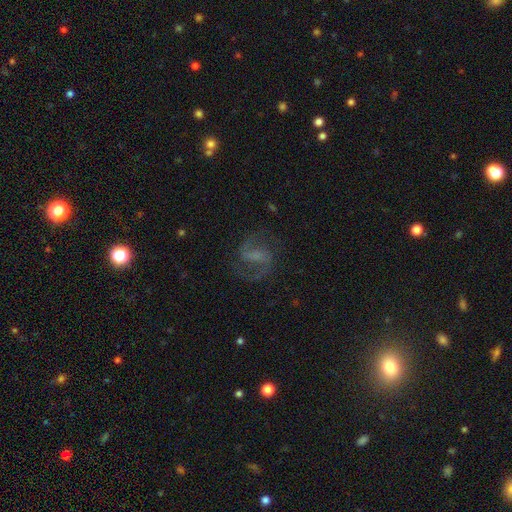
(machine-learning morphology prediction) Overall: featured or disk (84%). Edge-on disk: no (98%). Bar: weak (47%; strong 37%). Spiral arms: yes (96%). Spiral arm count: 2 (92%). Spiral winding: medium (60%; loose 27%). Bulge size: none (45%; small 31%). Merging: none (76%).